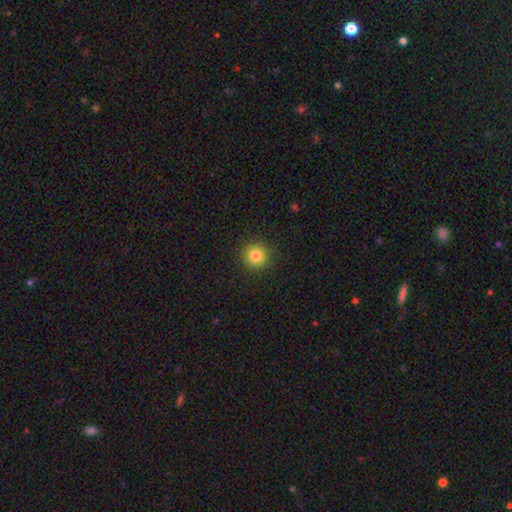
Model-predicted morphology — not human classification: Overall: smooth (82%). How rounded: round (95%). Merging: none (92%).